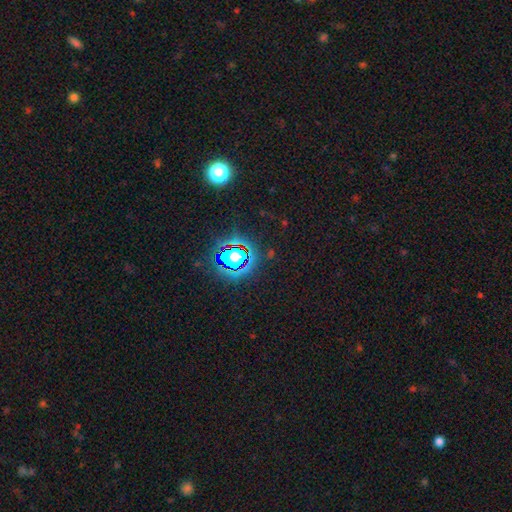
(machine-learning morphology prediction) This appears to be a star or artifact, not a galaxy (81%).